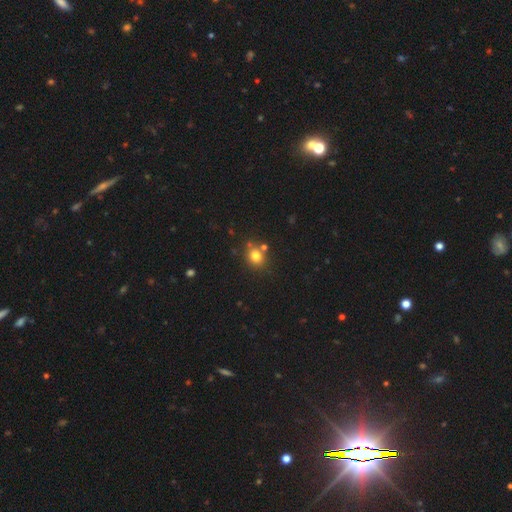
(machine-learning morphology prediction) smooth_or_featured: smooth (p=0.78) [alt: star or artifact p=0.14]
how_rounded: round (p=0.71) [alt: in between p=0.28]
merging: none (p=0.70) [alt: merger p=0.15]